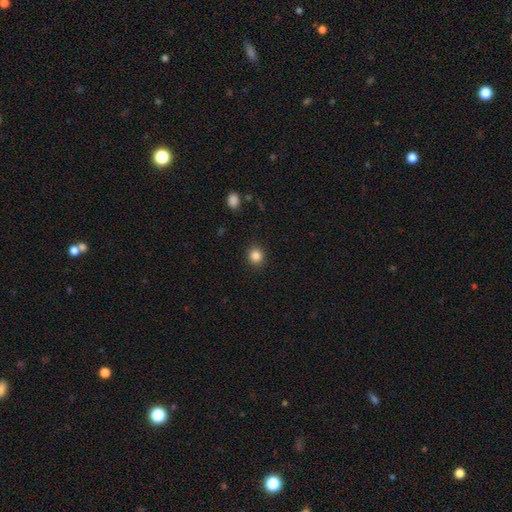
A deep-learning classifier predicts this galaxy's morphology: Smooth or featured?
  - smooth: 85% *
  - star or artifact: 11%
  - featured or disk: 4%
How rounded?
  - round: 84% *
  - in between: 15%
  - cigar-shaped: 1%
Merging?
  - none: 90% *
  - minor disturbance: 6%
  - major disturbance: 2%
  - merger: 1%